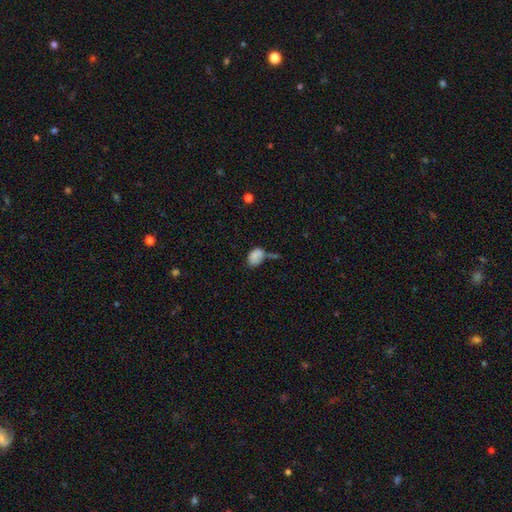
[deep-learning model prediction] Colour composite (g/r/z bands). It shows a smooth galaxy with no disk features (81%) that is in between round and cigar-shaped (83%). Merging: none (38%).